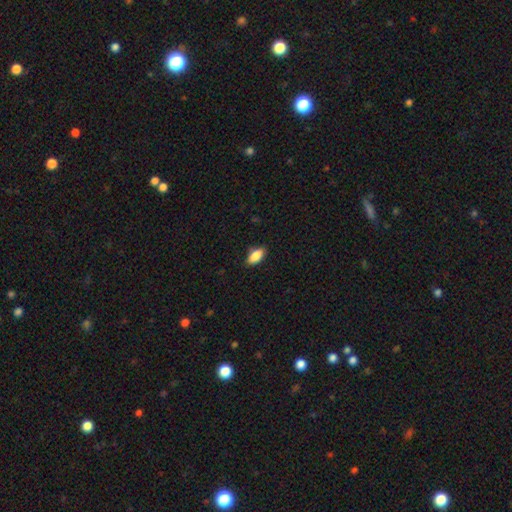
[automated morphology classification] A smooth galaxy with no disk features (87%) that is in between round and cigar-shaped (89%).

Vote fractions:
- Smooth or featured? smooth: 87% / star or artifact: 7% / featured or disk: 6%
- How rounded? in between: 89% / cigar-shaped: 9% / round: 3%
- Merging? none: 85% / minor disturbance: 12% / major disturbance: 2% / merger: 1%